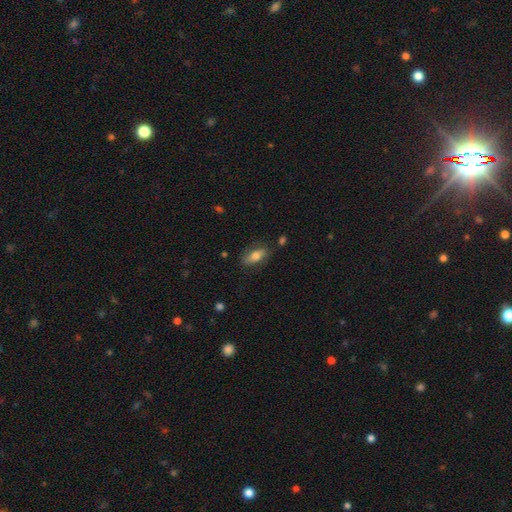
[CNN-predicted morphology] Overall: smooth (65%; featured or disk 27%). How rounded: in between (77%). Merging: none (78%).